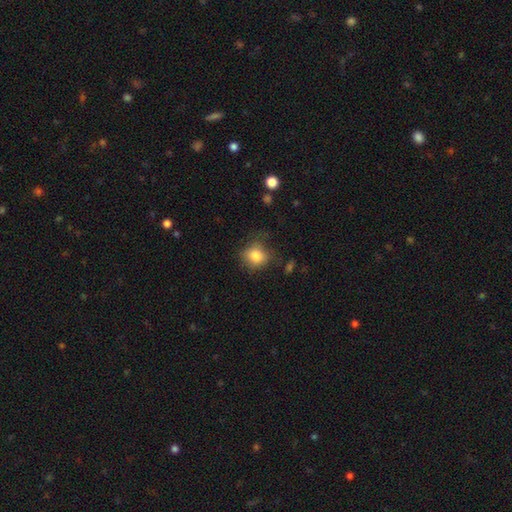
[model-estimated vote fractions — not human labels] smooth-or-featured: smooth: 82% | star or artifact: 10% | featured or disk: 8%
  how-rounded: round: 67% | in between: 32% | cigar-shaped: 1%
  merging: none: 63% | minor disturbance: 25% | major disturbance: 10% | merger: 2%